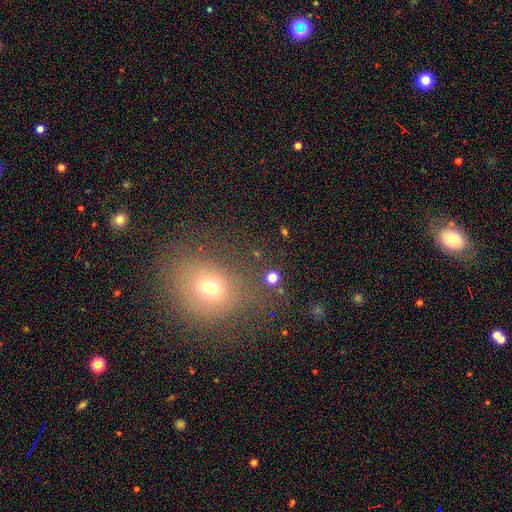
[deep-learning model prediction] Morphology: type=smooth (62%); roundness=round (65%); merging=none (71%).